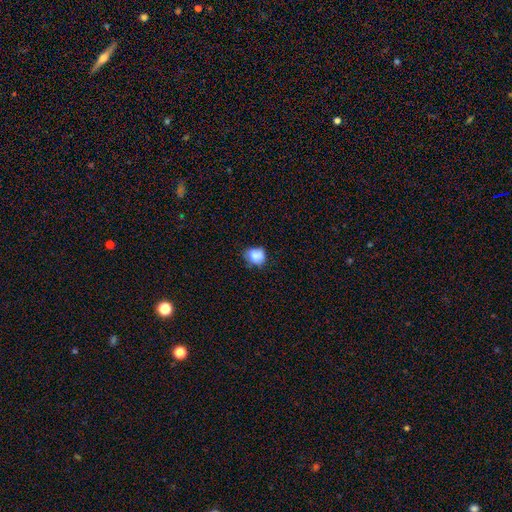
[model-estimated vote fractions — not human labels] Overall: smooth (81%). How rounded: round (63%; in between 36%). Merging: none (57%; minor disturbance 31%).